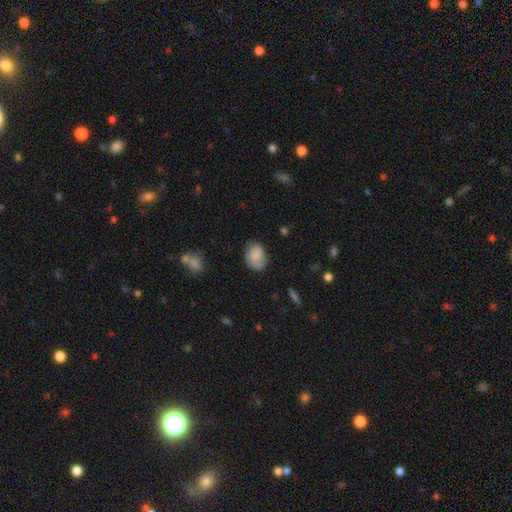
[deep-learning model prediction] smooth 85%, star or artifact 7%, featured or disk 7%. Down the decision tree: how rounded — in between (75%); merging — none (72%).